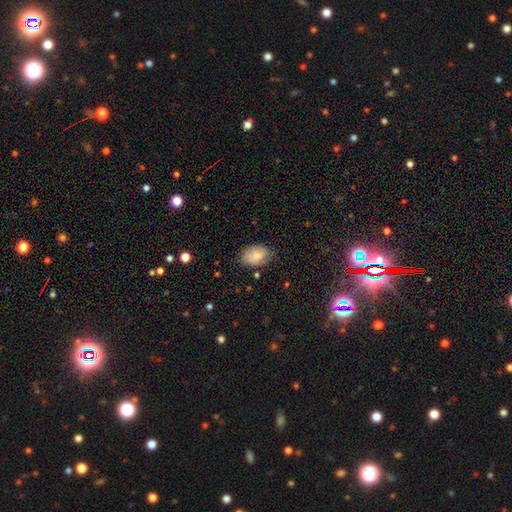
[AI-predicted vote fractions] Smooth or featured? smooth (76%)
How rounded? in between (87%)
Merging? none (71%)